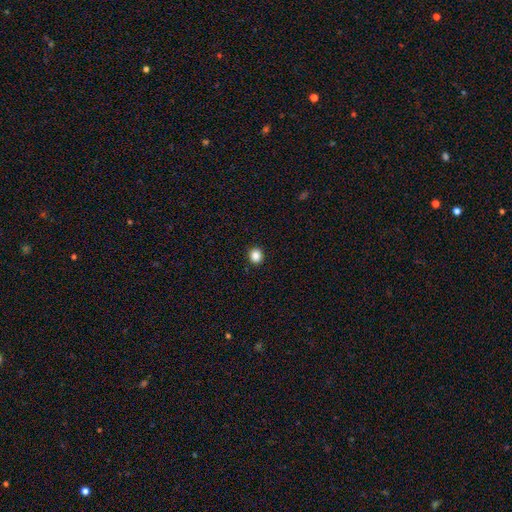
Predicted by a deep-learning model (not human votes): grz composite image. It shows a smooth galaxy with no disk features (86%) that is round (85%). Merging: none (93%).